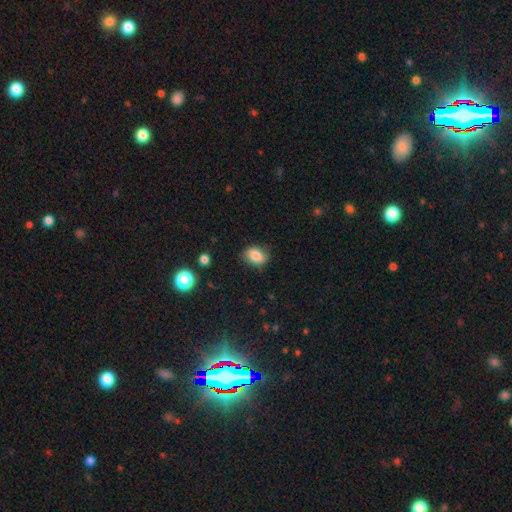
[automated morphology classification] smooth_or_featured: smooth (p=0.83) [alt: star or artifact p=0.09]
how_rounded: in between (p=0.69) [alt: round p=0.30]
merging: none (p=0.77) [alt: minor disturbance p=0.18]